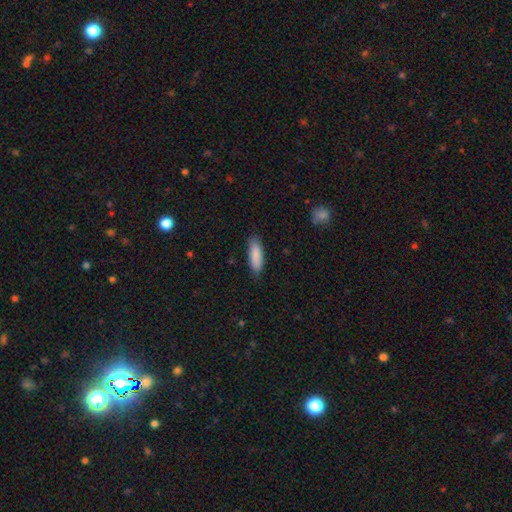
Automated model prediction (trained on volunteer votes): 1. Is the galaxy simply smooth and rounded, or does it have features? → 88% smooth, 6% featured or disk, 6% star or artifact.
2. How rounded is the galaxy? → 52% in between, 47% cigar-shaped, 1% round.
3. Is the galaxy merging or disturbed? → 85% none, 12% minor disturbance, 2% major disturbance, 1% merger.